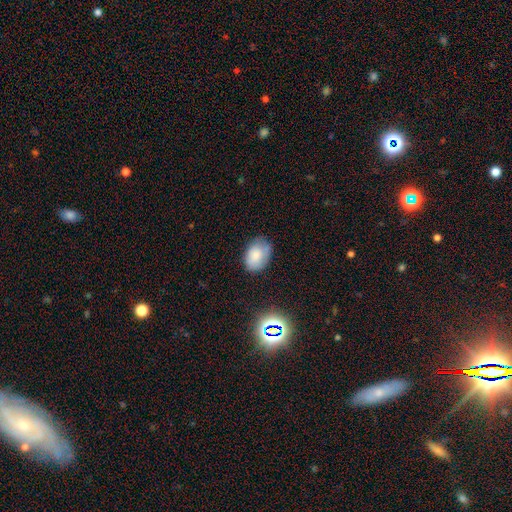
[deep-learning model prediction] smooth_or_featured: smooth (p=0.77) [alt: featured or disk p=0.13]
how_rounded: in between (p=0.79) [alt: round p=0.20]
merging: none (p=0.65) [alt: minor disturbance p=0.26]